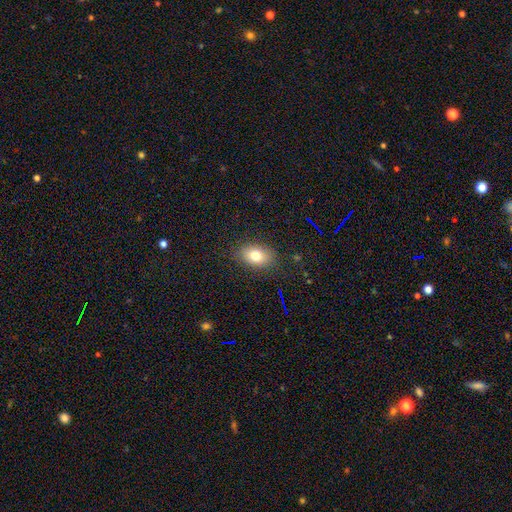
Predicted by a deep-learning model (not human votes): Smooth or featured? Predicted: smooth (p=0.78). How rounded? Predicted: in between (p=0.84). Merging? Predicted: none (p=0.85).